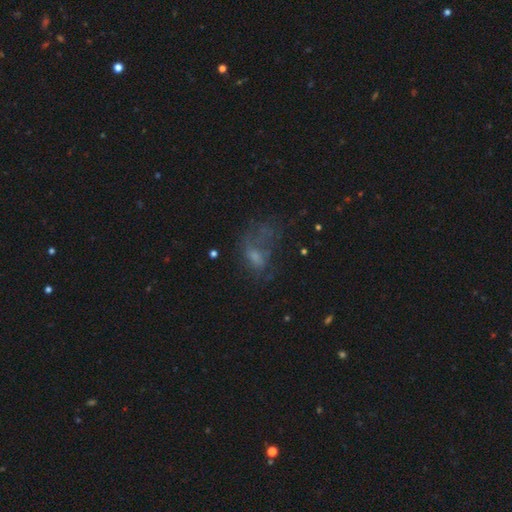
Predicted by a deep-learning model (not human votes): Smooth or featured?
  - smooth: 42% *
  - featured or disk: 38%
  - star or artifact: 20%
Merging?
  - major disturbance: 48% *
  - none: 29%
  - minor disturbance: 19%
  - merger: 5%